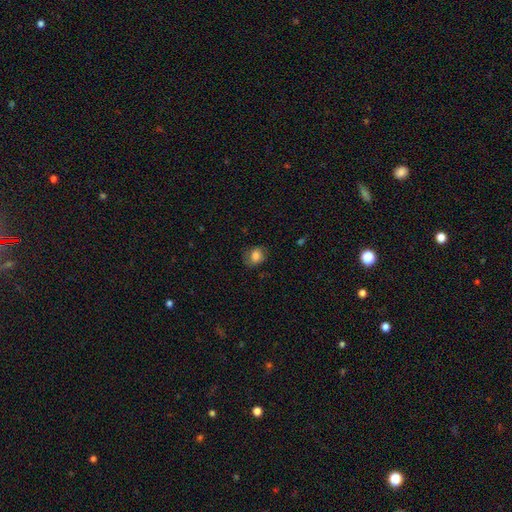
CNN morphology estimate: Q: Smooth or featured?
A: smooth (75%); runner-up: featured or disk (15%)
Q: How rounded?
A: in between (51%); runner-up: round (47%)
Q: Merging?
A: none (71%); runner-up: minor disturbance (21%)